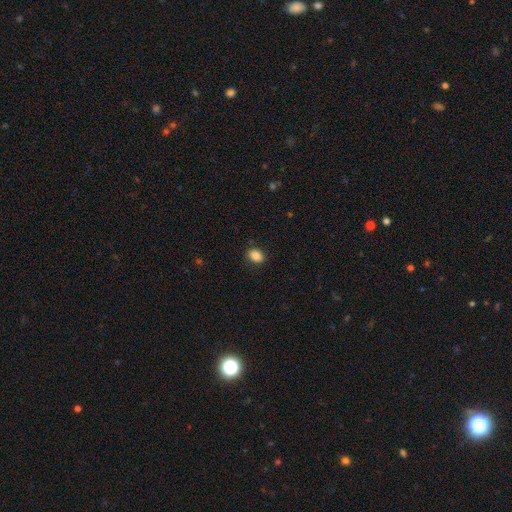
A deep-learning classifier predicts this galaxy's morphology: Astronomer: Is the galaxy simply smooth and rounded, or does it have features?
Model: smooth — 86%.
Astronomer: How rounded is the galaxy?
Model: in between — 72%.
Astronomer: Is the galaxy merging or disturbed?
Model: none — 87%.